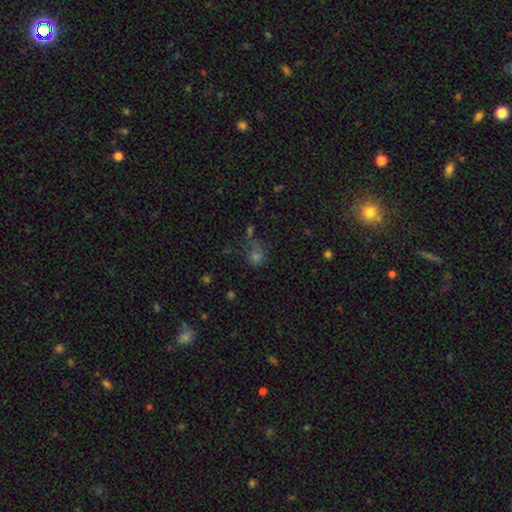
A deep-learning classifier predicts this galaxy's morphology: Smooth or featured? smooth (51%)
How rounded? round (76%)
Merging? none (52%)